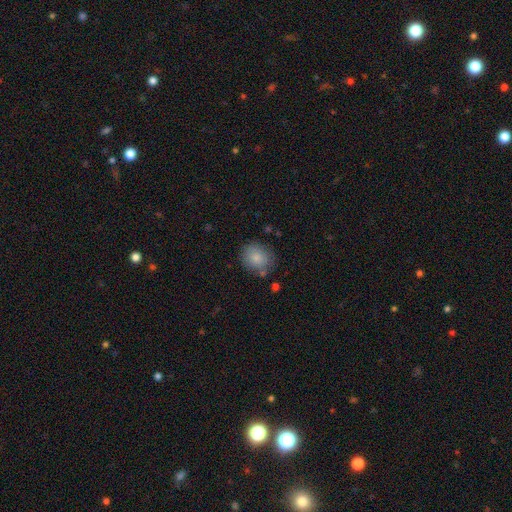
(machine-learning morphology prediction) Smooth or featured: smooth — 83% (featured or disk — 9%)
How rounded: round — 73% (in between — 26%)
Merging: none — 77% (minor disturbance — 15%)